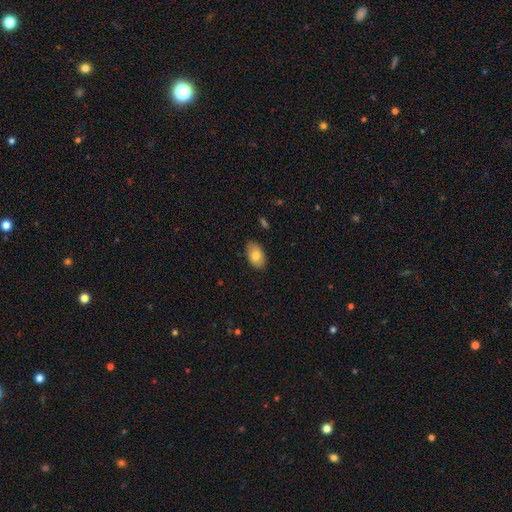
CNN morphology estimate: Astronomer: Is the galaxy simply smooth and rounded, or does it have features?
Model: smooth — 79%.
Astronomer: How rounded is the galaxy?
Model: in between — 92%.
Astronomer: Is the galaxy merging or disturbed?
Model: none — 85%.